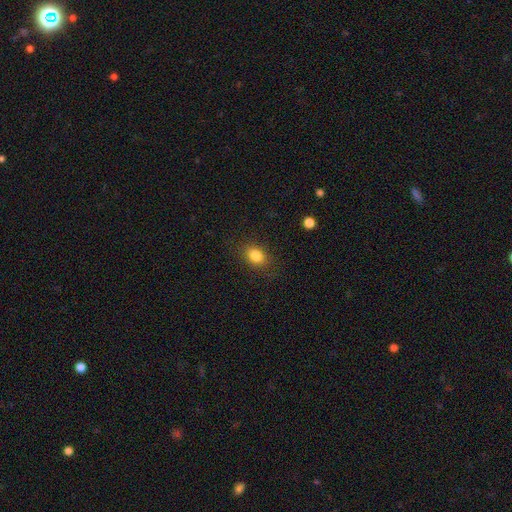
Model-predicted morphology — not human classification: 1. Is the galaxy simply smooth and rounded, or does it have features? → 84% smooth, 10% star or artifact, 6% featured or disk.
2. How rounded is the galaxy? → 67% in between, 31% round, 1% cigar-shaped.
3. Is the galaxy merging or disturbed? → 84% none, 11% minor disturbance, 4% major disturbance, 1% merger.